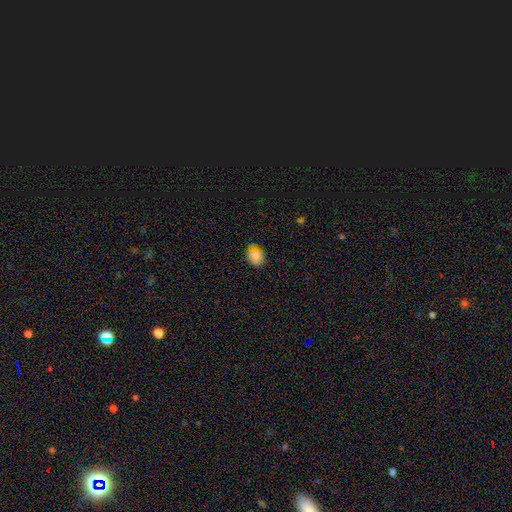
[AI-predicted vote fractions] smooth 77%, star or artifact 14%, featured or disk 9%. Down the decision tree: how rounded — in between (57%); merging — none (75%).